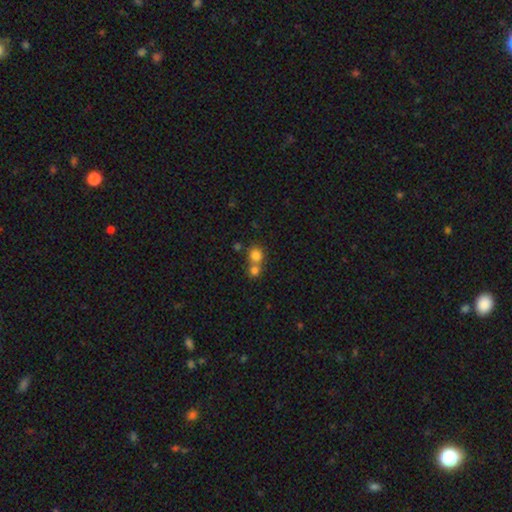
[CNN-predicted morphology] smooth_or_featured: smooth (p=0.80) [alt: star or artifact p=0.12]
how_rounded: round (p=0.86) [alt: in between p=0.13]
merging: merger (p=0.48) [alt: none p=0.44]